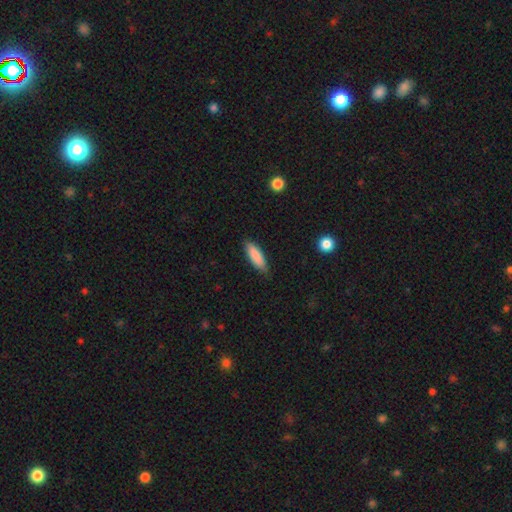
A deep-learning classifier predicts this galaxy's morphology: Smooth or featured: smooth — 87% (featured or disk — 7%)
How rounded: cigar-shaped — 50% (in between — 48%)
Merging: none — 83% (minor disturbance — 13%)